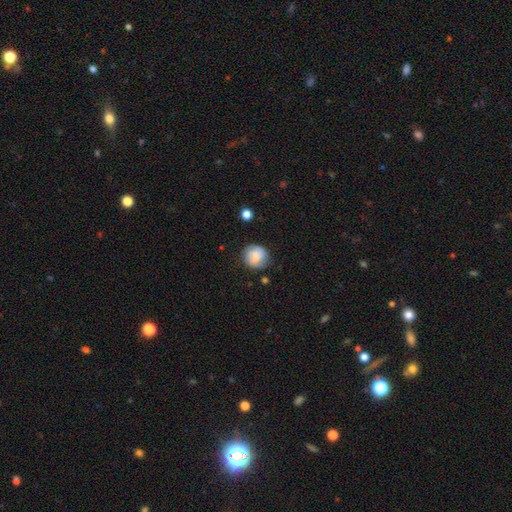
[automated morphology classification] Overall: smooth (72%). How rounded: round (85%). Merging: none (73%).